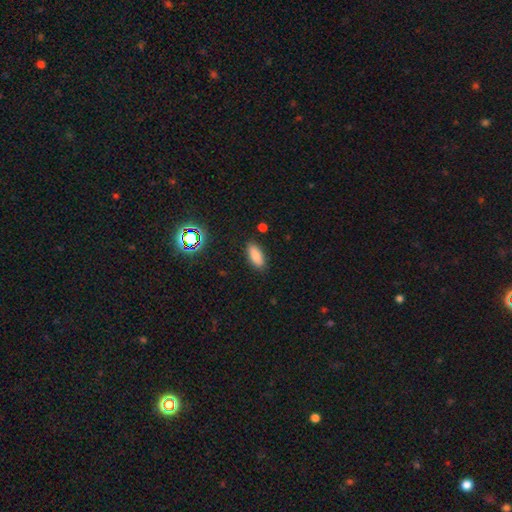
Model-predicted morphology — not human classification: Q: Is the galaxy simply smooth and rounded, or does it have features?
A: smooth — 84%.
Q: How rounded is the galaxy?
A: in between — 80%.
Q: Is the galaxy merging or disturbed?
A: none — 86%.